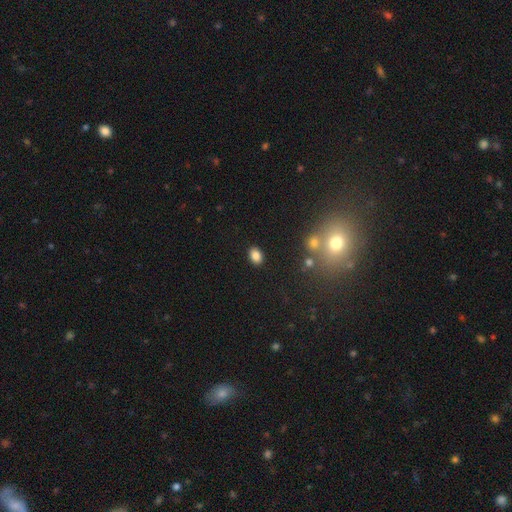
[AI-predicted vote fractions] smooth_or_featured: smooth (p=0.84) [alt: star or artifact p=0.11]
how_rounded: in between (p=0.76) [alt: round p=0.23]
merging: none (p=0.88) [alt: minor disturbance p=0.08]